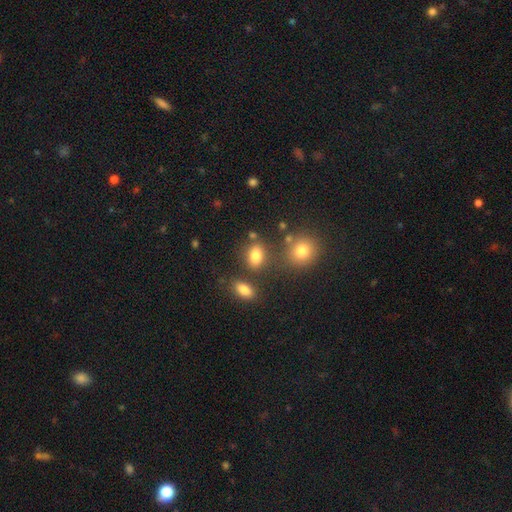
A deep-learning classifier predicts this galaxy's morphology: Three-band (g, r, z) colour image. It shows a smooth galaxy with no disk features (80%) that is in between round and cigar-shaped (73%). Merging: none (70%).